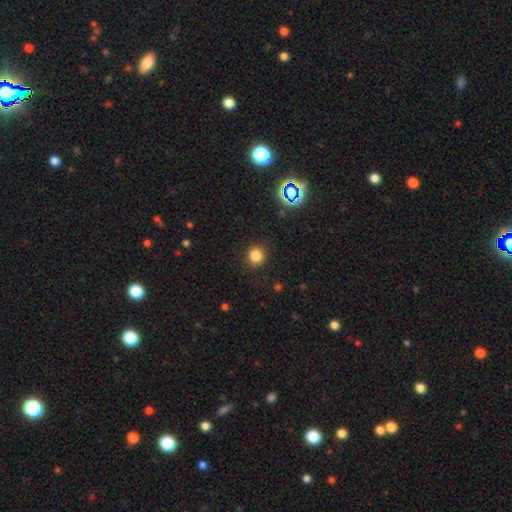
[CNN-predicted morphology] smooth_or_featured: smooth (p=0.81) [alt: star or artifact p=0.14]
how_rounded: round (p=0.90) [alt: in between p=0.09]
merging: none (p=0.90) [alt: minor disturbance p=0.07]